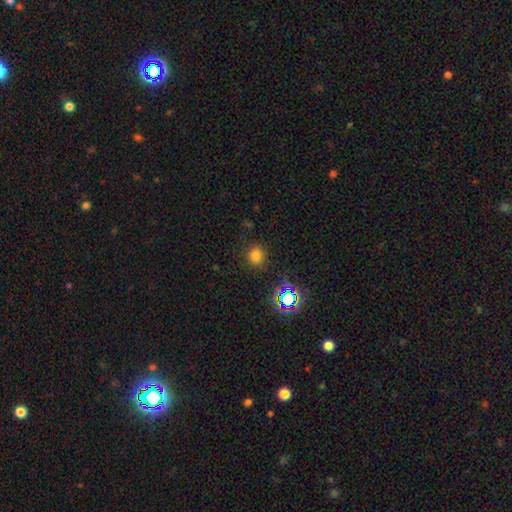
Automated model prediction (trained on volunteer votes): A smooth galaxy with no disk features (72%) that is round (89%). Merging: none (86%).